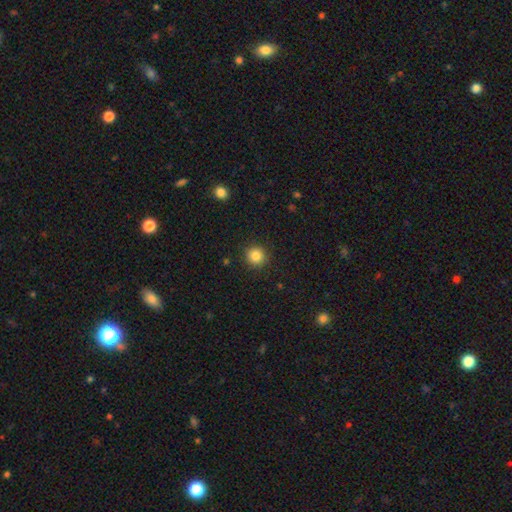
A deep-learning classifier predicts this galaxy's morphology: Overall: smooth (84%). How rounded: round (94%). Merging: none (91%).